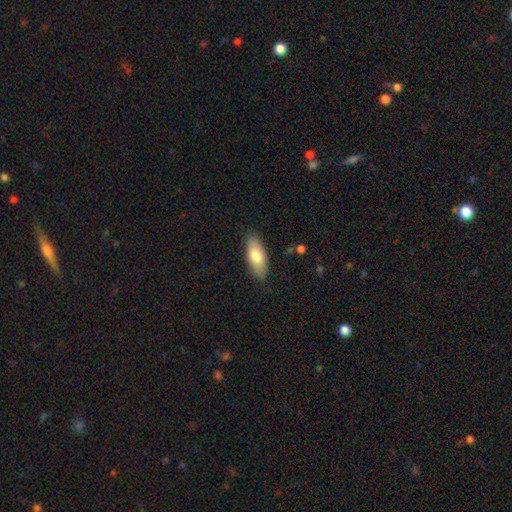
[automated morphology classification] This appears to be a smooth galaxy with no disk features (74%) that is in between round and cigar-shaped (77%). Merging: none (87%).